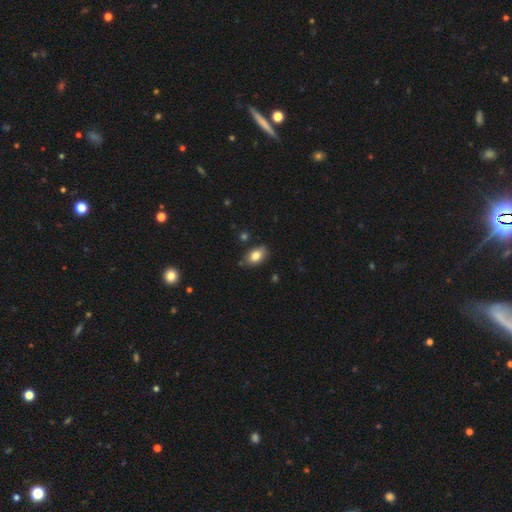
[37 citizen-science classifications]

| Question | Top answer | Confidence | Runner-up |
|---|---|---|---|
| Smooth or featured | smooth | 86% | featured or disk (8%) |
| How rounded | in between | 97% | round (3%) |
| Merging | none | 91% | minor disturbance (9%) |